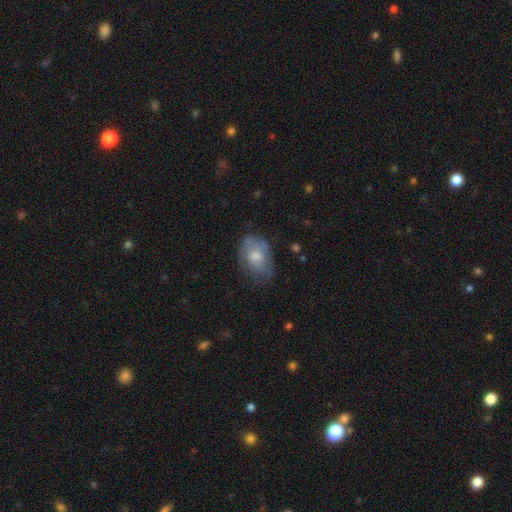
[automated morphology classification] smooth 61%, featured or disk 31%, star or artifact 9%. Down the decision tree: how rounded — in between (83%); merging — none (56%).